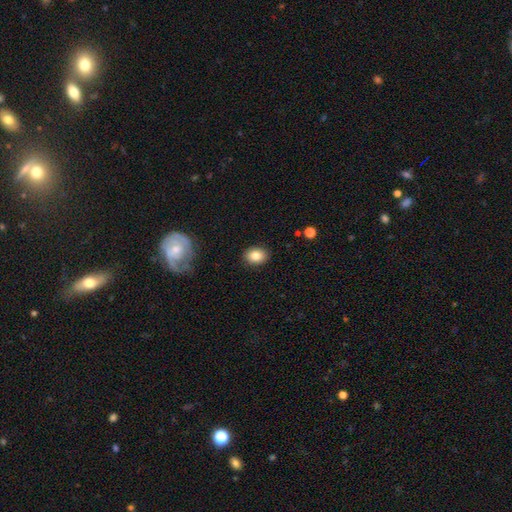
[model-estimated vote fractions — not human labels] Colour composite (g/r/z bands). It shows a smooth galaxy with no disk features (84%) that is in between round and cigar-shaped (62%). Merging: none (89%).